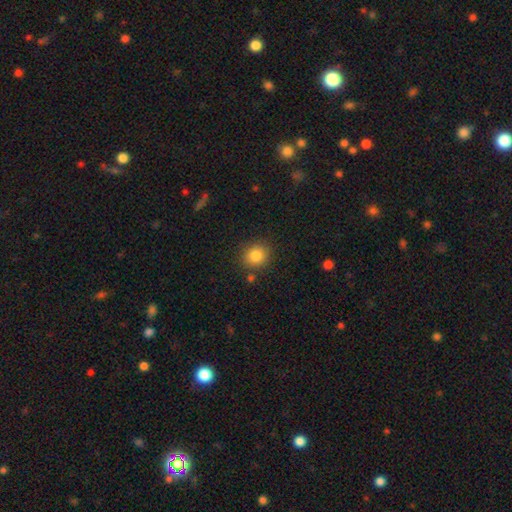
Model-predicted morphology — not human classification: A smooth galaxy with no disk features (84%) that is round (79%). Merging: none (84%).